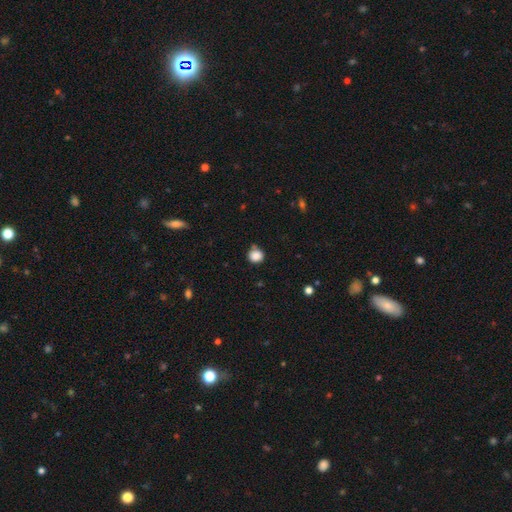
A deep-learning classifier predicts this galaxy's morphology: Overall: smooth (86%). How rounded: round (85%). Merging: none (74%).